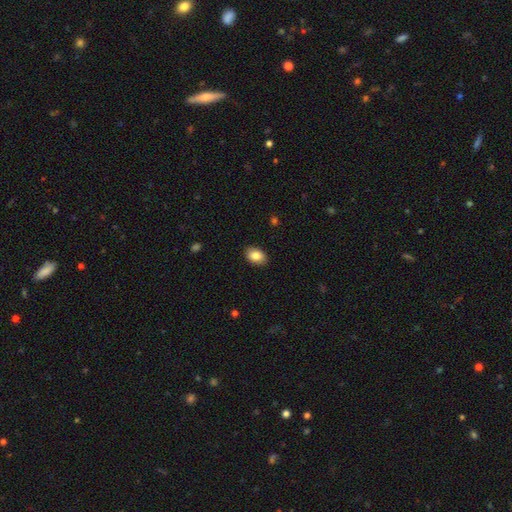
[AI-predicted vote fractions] smooth_or_featured: smooth (p=0.85) [alt: featured or disk p=0.08]
how_rounded: in between (p=0.85) [alt: round p=0.14]
merging: none (p=0.89) [alt: minor disturbance p=0.08]